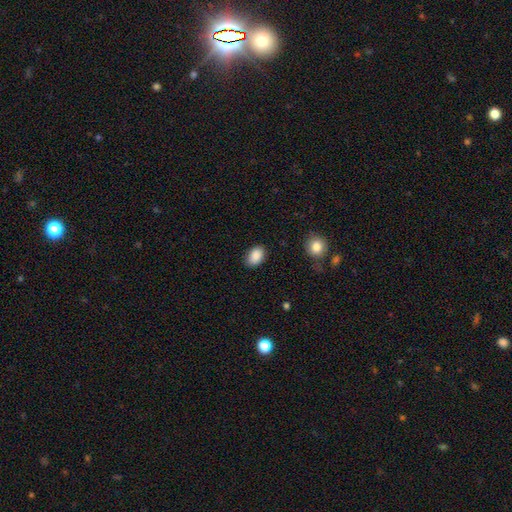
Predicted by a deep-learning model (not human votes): smooth_or_featured: smooth (p=0.89) [alt: star or artifact p=0.08]
how_rounded: in between (p=0.86) [alt: round p=0.12]
merging: none (p=0.85) [alt: minor disturbance p=0.11]